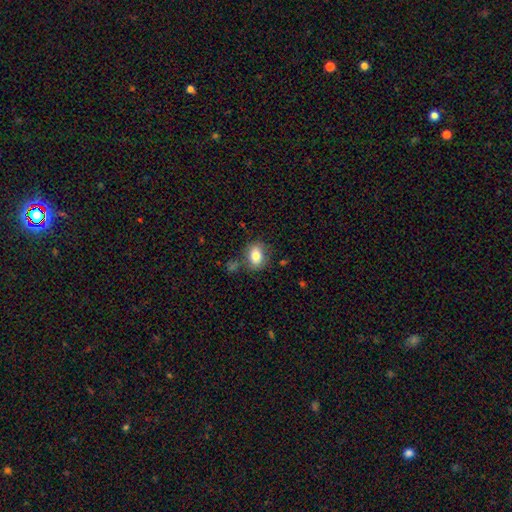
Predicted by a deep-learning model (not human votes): This is clearly a smooth galaxy (81%). How rounded: likely in between (67%). Merging: likely none (73%).